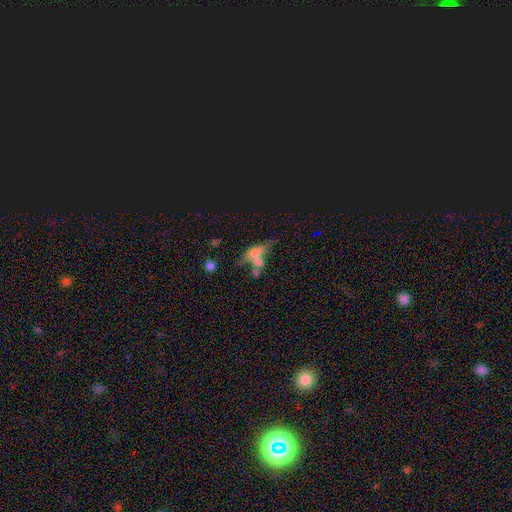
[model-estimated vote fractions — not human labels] Smooth or featured? featured or disk (41%, tied with smooth)
Merging? merger (44%)